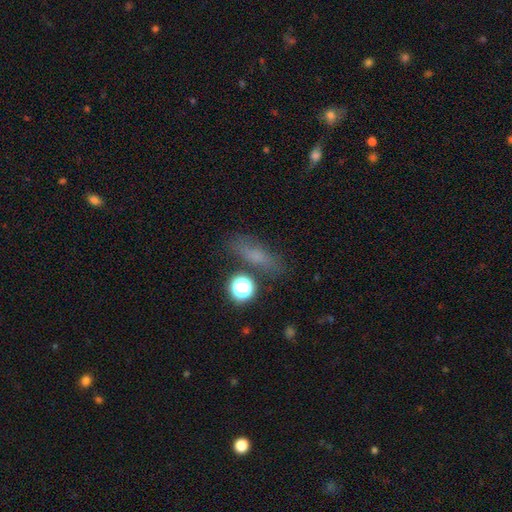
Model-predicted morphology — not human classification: Smooth or featured? smooth (60%)
How rounded? in between (45%)
Merging? none (72%)